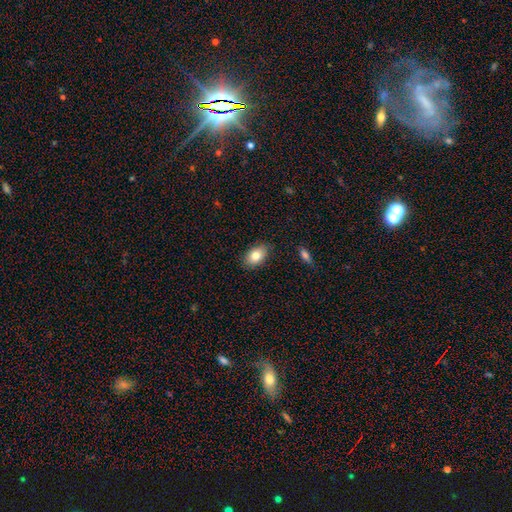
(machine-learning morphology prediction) type=smooth (81%); roundness=in between (88%); merging=none (86%).